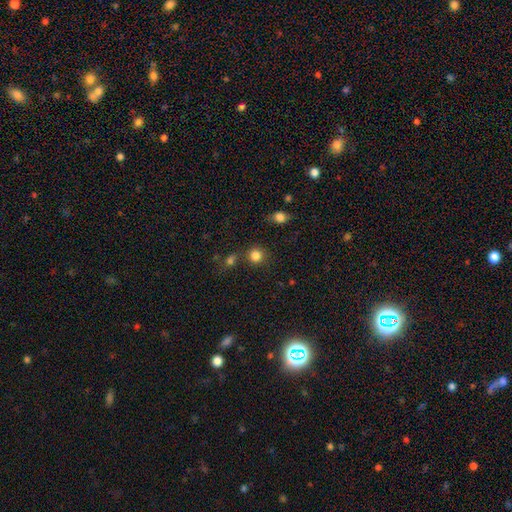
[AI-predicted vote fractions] smooth-or-featured: smooth: 83% | star or artifact: 12% | featured or disk: 5%
  how-rounded: round: 90% | in between: 9% | cigar-shaped: 1%
  merging: none: 74% | merger: 12% | minor disturbance: 10% | major disturbance: 4%